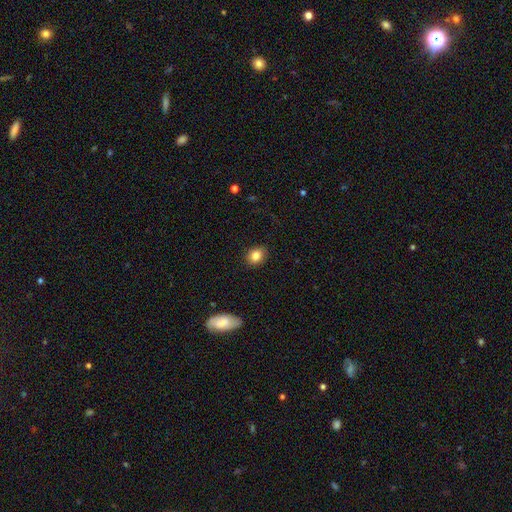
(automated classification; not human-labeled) smooth_or_featured: smooth (p=0.84) [alt: star or artifact p=0.10]
how_rounded: round (p=0.51) [alt: in between p=0.48]
merging: none (p=0.89) [alt: minor disturbance p=0.08]